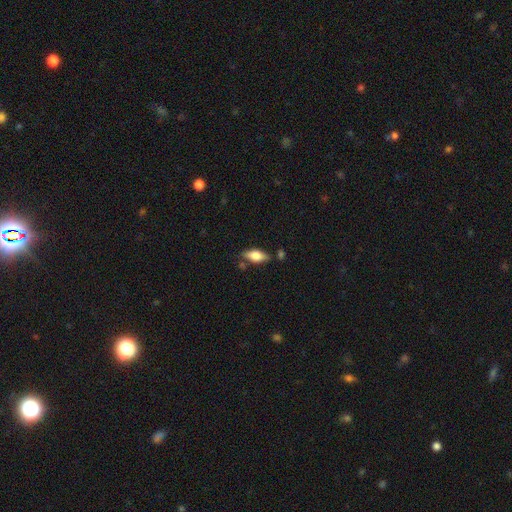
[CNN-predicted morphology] type=smooth (65%); roundness=in between (81%); merging=none (72%).